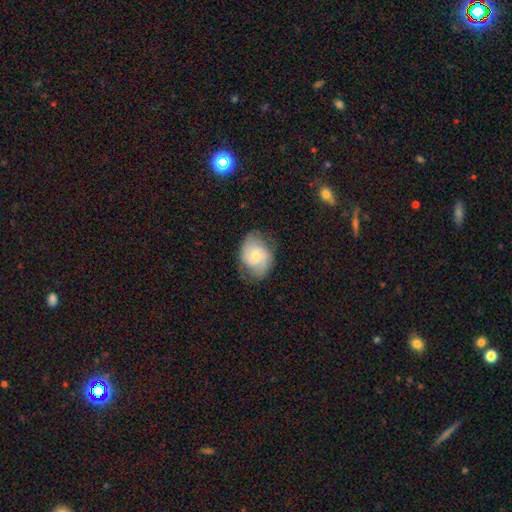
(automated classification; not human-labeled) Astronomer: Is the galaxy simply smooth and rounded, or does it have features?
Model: featured or disk — 55% (runner-up: smooth, 38%).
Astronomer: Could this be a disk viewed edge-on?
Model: no — 97%.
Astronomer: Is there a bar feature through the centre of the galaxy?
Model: no — 57% (runner-up: weak, 37%).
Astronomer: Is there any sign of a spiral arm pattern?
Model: yes — 85%.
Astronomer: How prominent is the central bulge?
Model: moderate — 48% (runner-up: small, 45%).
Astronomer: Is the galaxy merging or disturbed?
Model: none — 68%.